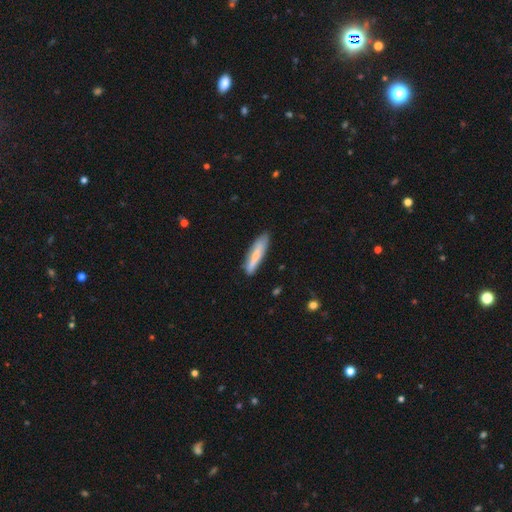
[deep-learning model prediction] Smooth or featured? Predicted: smooth (p=0.70). How rounded? Predicted: cigar-shaped (p=0.81). Merging? Predicted: none (p=0.79).